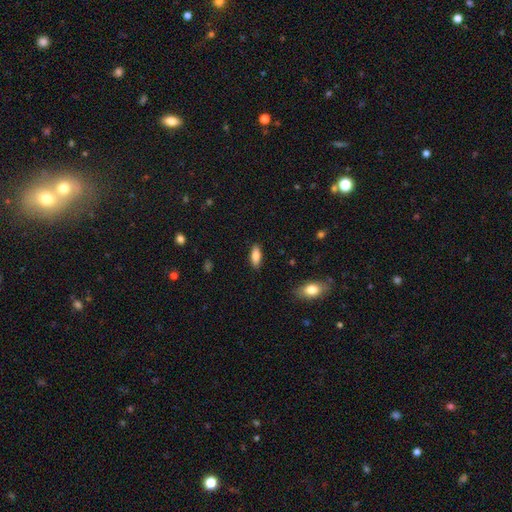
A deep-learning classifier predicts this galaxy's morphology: A smooth galaxy with no disk features (81%) that is in between round and cigar-shaped (72%).

Vote fractions:
- Smooth or featured? smooth: 81% / featured or disk: 12% / star or artifact: 7%
- How rounded? in between: 72% / cigar-shaped: 26% / round: 2%
- Merging? none: 87% / minor disturbance: 10% / major disturbance: 2% / merger: 1%